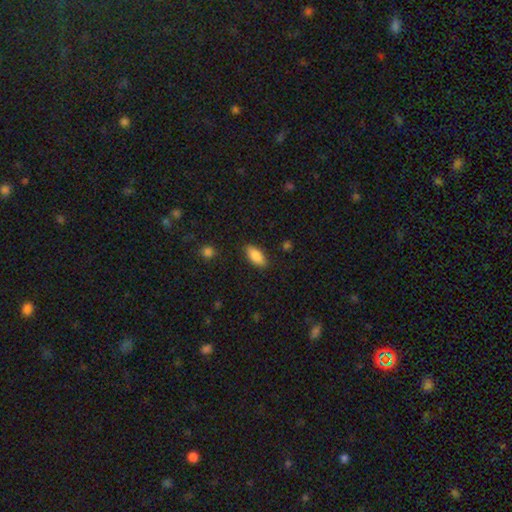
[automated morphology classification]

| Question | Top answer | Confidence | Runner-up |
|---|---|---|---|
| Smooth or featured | smooth | 86% | featured or disk (7%) |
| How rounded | in between | 87% | cigar-shaped (11%) |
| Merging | none | 87% | minor disturbance (10%) |